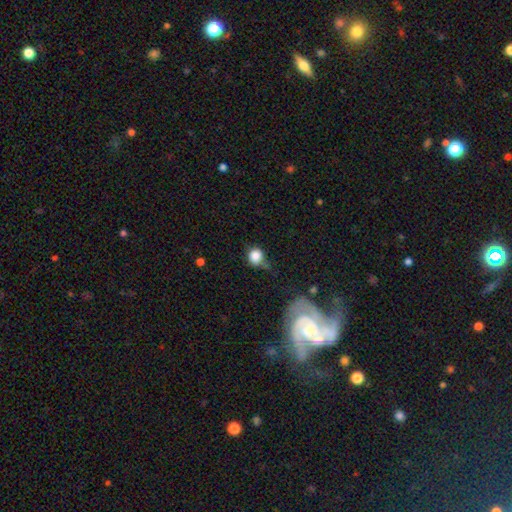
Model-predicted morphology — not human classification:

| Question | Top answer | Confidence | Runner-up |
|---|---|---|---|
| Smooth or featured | smooth | 82% | star or artifact (10%) |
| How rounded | round | 83% | in between (15%) |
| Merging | none | 52% | minor disturbance (28%) |